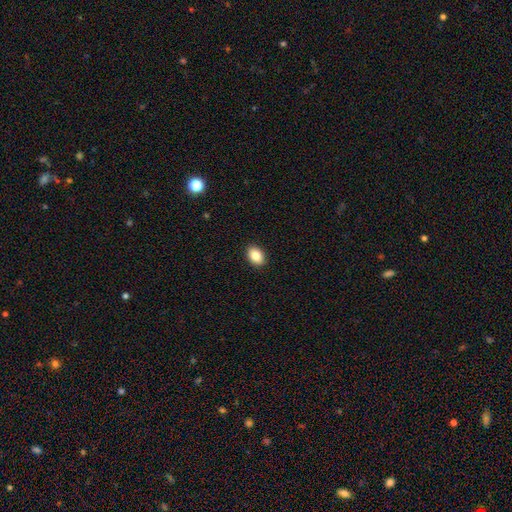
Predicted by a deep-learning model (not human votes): A smooth galaxy with no disk features (85%) that is in between round and cigar-shaped (82%).

Vote fractions:
- Smooth or featured? smooth: 85% / star or artifact: 8% / featured or disk: 7%
- How rounded? in between: 82% / round: 17% / cigar-shaped: 1%
- Merging? none: 91% / minor disturbance: 6% / major disturbance: 2% / merger: 1%